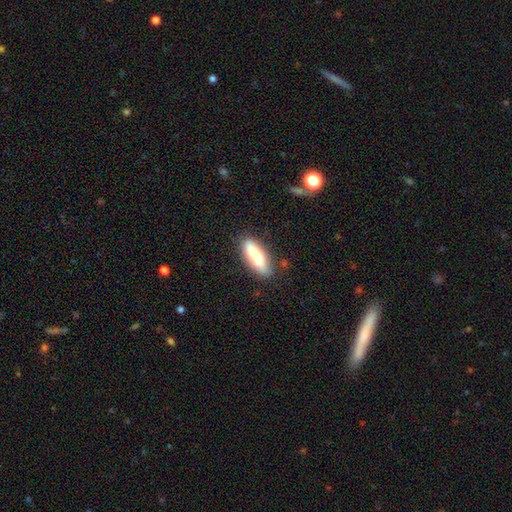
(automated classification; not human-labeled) smooth-or-featured: smooth: 80% | featured or disk: 14% | star or artifact: 6%
  how-rounded: cigar-shaped: 50% | in between: 49% | round: 2%
  merging: none: 80% | minor disturbance: 15% | major disturbance: 3% | merger: 2%